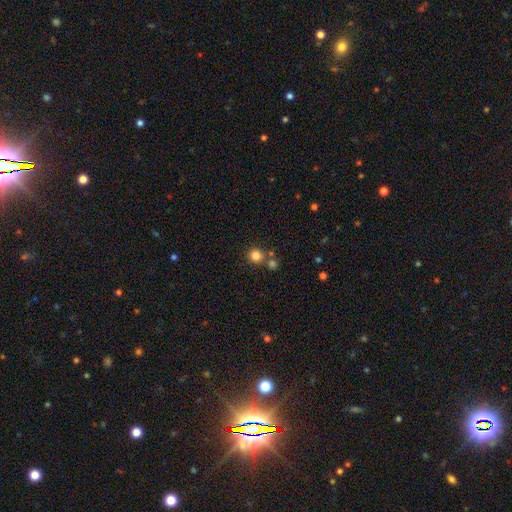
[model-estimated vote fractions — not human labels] This is clearly a smooth galaxy (82%). How rounded: clearly round (92%). Merging: likely none (73%).